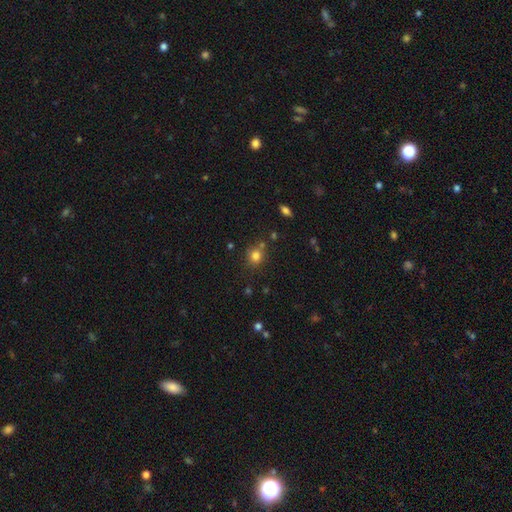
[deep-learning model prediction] Overall: smooth (79%). How rounded: round (79%). Merging: none (71%).